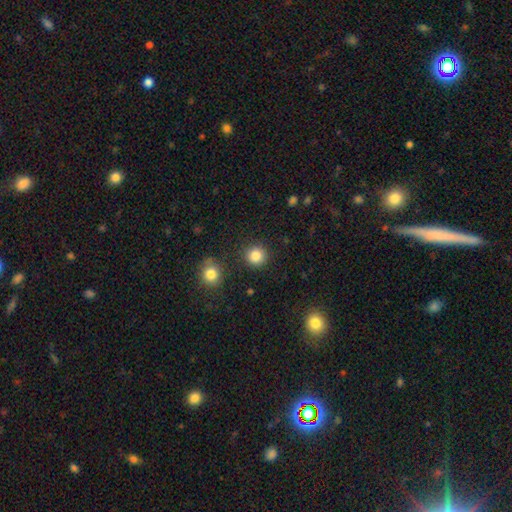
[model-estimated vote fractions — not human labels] smooth 86%, star or artifact 10%, featured or disk 4%. Down the decision tree: how rounded — round (94%); merging — none (90%).